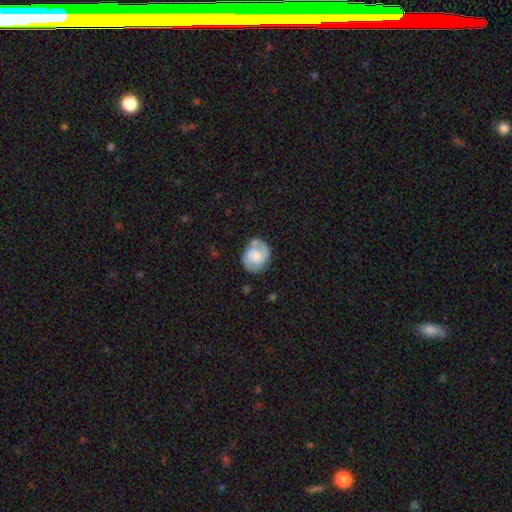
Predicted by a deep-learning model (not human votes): A featured or disk galaxy (59%) with no bar (54%), spiral arms (86%) and a moderate central bulge (39%).

Vote fractions:
- Smooth or featured? featured or disk: 59% / smooth: 34% / star or artifact: 7%
- Edge-on disk? no: 98% / yes: 2%
- Bar? no: 54% / weak: 38% / strong: 8%
- Spiral arms? yes: 86% / no: 14%
- Bulge size? moderate: 39% / small: 25% / large: 19% / none: 14% / dominant: 3%
- Merging? none: 65% / minor disturbance: 21% / major disturbance: 7% / merger: 7%